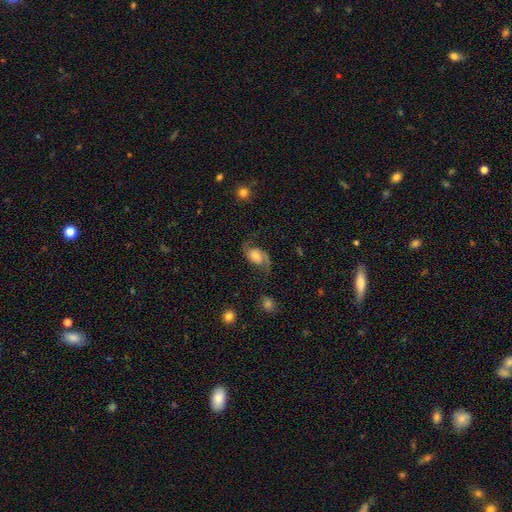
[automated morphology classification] The model was most divided on "spiral winding": loose: 56%, medium: 34%, tight: 9%. Remaining: edge-on disk — no (97%); spiral arms — yes (96%); spiral arm count — 2 (92%); smooth or featured — featured or disk (80%); merging — none (70%); bar — no (65%); bulge size — moderate (49%).